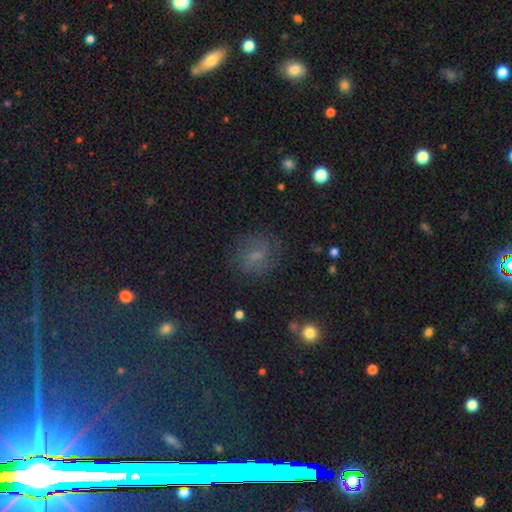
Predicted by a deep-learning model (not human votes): Smooth or featured?
  - featured or disk: 41% *
  - smooth: 35%
  - star or artifact: 24%
Merging?
  - none: 73% *
  - minor disturbance: 15%
  - major disturbance: 9%
  - merger: 2%